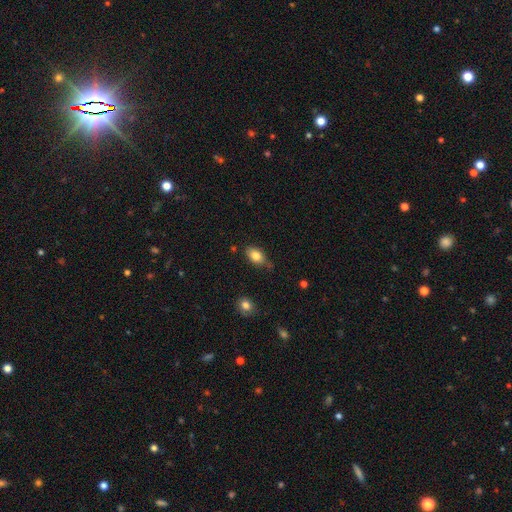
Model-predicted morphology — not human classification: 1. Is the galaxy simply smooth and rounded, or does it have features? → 82% smooth, 10% featured or disk, 8% star or artifact.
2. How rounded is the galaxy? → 87% in between, 10% round, 3% cigar-shaped.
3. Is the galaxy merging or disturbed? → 63% none, 28% minor disturbance, 6% major disturbance, 4% merger.